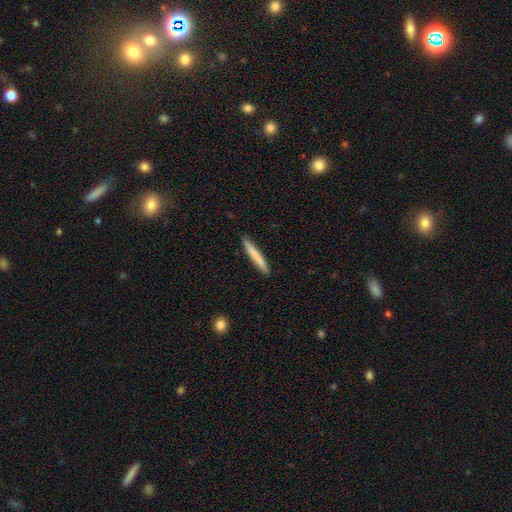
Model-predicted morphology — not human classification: A smooth galaxy with no disk features (75%) that is cigar-shaped (96%). Merging: none (91%).